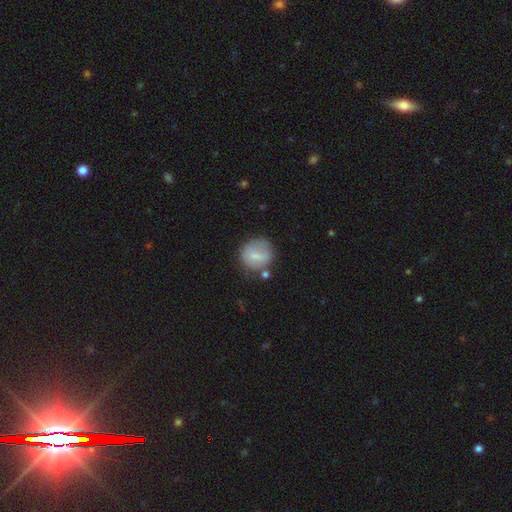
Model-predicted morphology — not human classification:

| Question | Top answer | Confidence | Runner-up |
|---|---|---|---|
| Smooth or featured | smooth | 66% | featured or disk (25%) |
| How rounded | round | 82% | in between (17%) |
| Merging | none | 60% | minor disturbance (22%) |